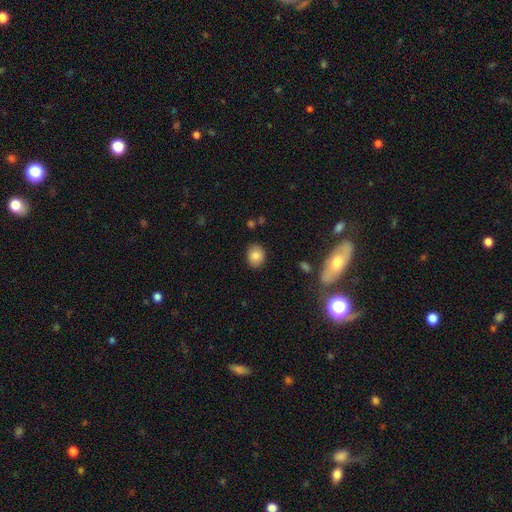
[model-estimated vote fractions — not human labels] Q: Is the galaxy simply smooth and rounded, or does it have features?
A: smooth — 83%.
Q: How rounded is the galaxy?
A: round — 55%.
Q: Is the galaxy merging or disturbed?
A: none — 85%.